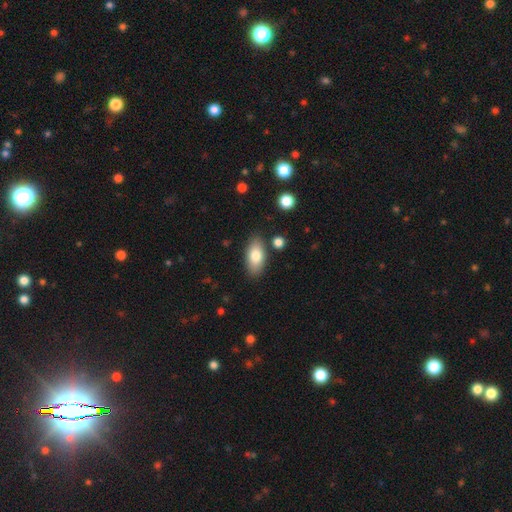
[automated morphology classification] Q: Smooth or featured?
A: smooth (79%); runner-up: featured or disk (14%)
Q: How rounded?
A: in between (90%); runner-up: cigar-shaped (7%)
Q: Merging?
A: none (83%); runner-up: minor disturbance (11%)